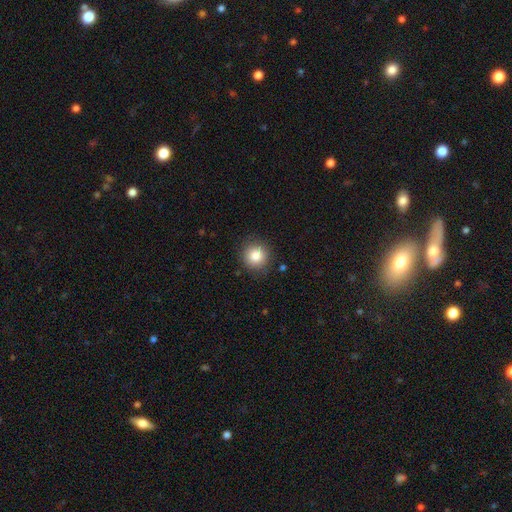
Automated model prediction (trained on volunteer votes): This is clearly a smooth galaxy (85%). How rounded: clearly round (93%). Merging: clearly none (89%).